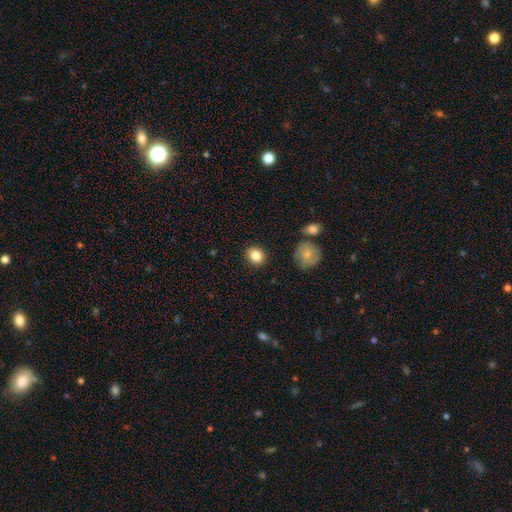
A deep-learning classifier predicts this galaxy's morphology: Smooth or featured?
  - smooth: 84% *
  - star or artifact: 9%
  - featured or disk: 7%
How rounded?
  - round: 74% *
  - in between: 25%
  - cigar-shaped: 1%
Merging?
  - none: 88% *
  - minor disturbance: 8%
  - major disturbance: 2%
  - merger: 2%